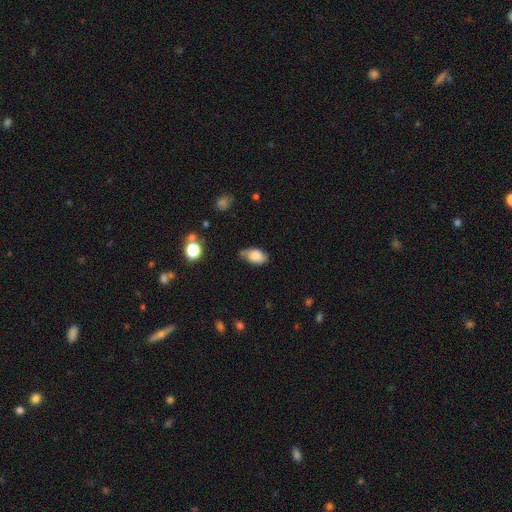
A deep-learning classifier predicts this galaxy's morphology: Smooth or featured? Predicted: smooth (p=0.82). How rounded? Predicted: in between (p=0.91). Merging? Predicted: none (p=0.55).